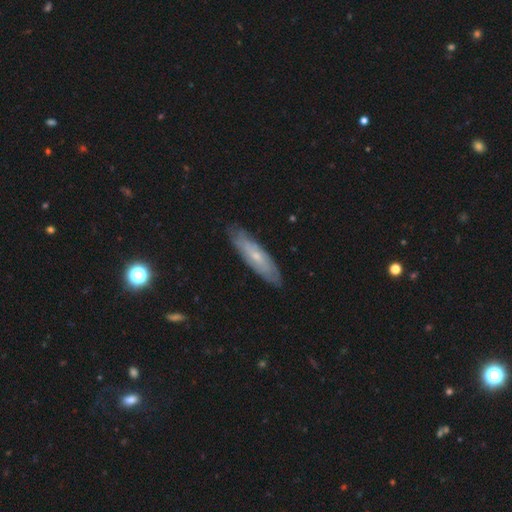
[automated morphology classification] smooth-or-featured: featured or disk: 61% | smooth: 32% | star or artifact: 7%
  disk-edge-on: no: 64% | yes: 36%
  merging: none: 82% | minor disturbance: 14% | major disturbance: 3% | merger: 1%